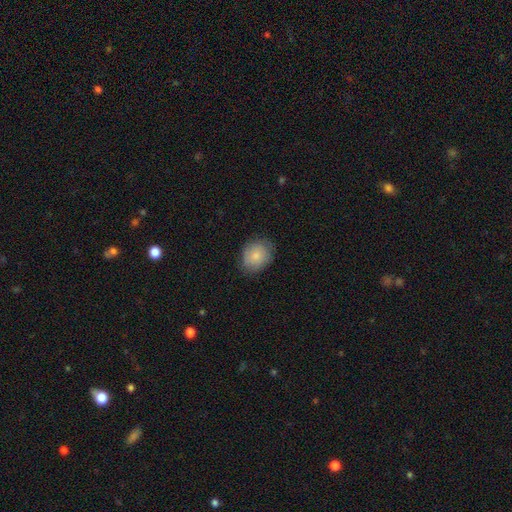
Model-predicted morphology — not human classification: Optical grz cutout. It shows a smooth galaxy with no disk features (82%) that is round (56%). Merging: none (78%).